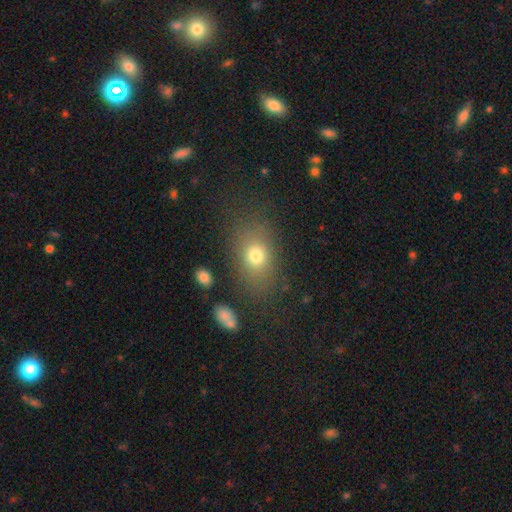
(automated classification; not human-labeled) Smooth or featured?
  - smooth: 74% *
  - star or artifact: 13%
  - featured or disk: 13%
How rounded?
  - in between: 72% *
  - round: 25%
  - cigar-shaped: 2%
Merging?
  - none: 75% *
  - minor disturbance: 14%
  - major disturbance: 8%
  - merger: 3%